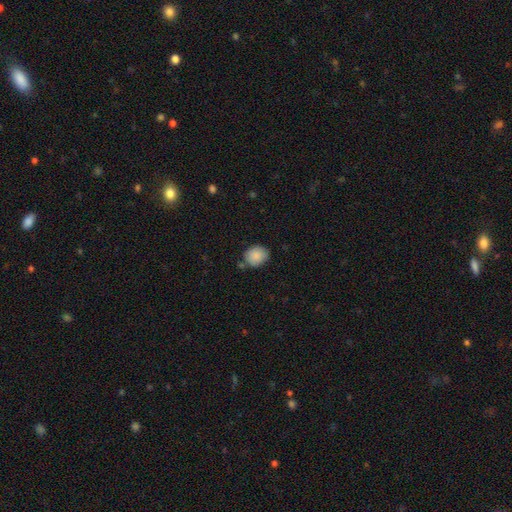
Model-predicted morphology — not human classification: type=smooth (87%); roundness=round (62%); merging=none (73%).